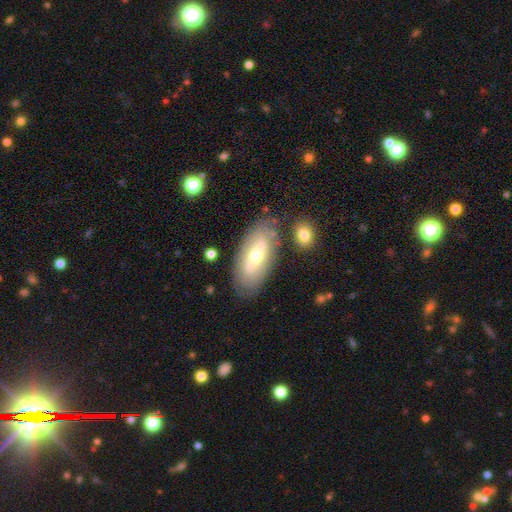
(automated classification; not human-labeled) smooth 48%, featured or disk 46%, star or artifact 7%. Down the decision tree: merging — none (79%).